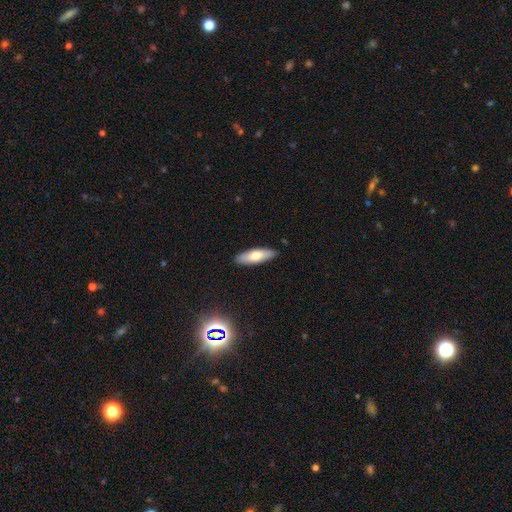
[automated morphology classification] Q: Smooth or featured?
A: smooth (69%); runner-up: featured or disk (24%)
Q: How rounded?
A: in between (51%); runner-up: cigar-shaped (47%)
Q: Merging?
A: none (88%); runner-up: minor disturbance (10%)